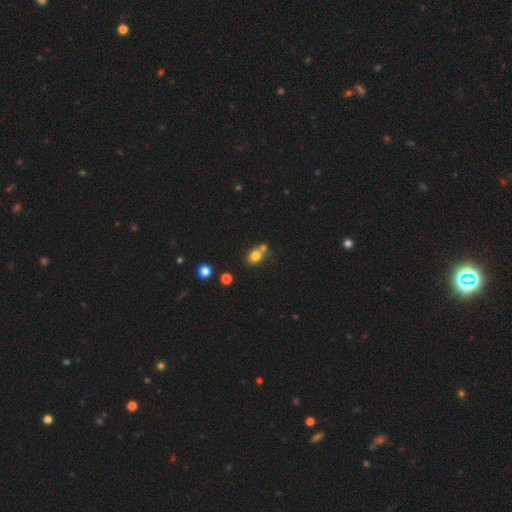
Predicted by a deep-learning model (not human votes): smooth_or_featured: smooth (p=0.78) [alt: star or artifact p=0.13]
how_rounded: round (p=0.65) [alt: in between p=0.34]
merging: none (p=0.50) [alt: merger p=0.36]